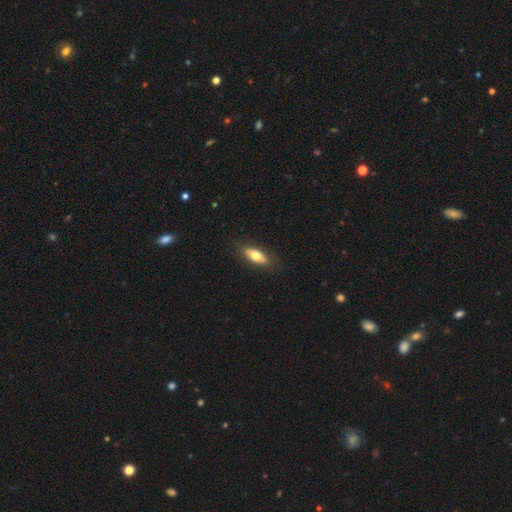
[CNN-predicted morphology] Q: Smooth or featured?
A: smooth (66%); runner-up: featured or disk (28%)
Q: How rounded?
A: in between (79%); runner-up: cigar-shaped (17%)
Q: Merging?
A: none (84%); runner-up: minor disturbance (12%)